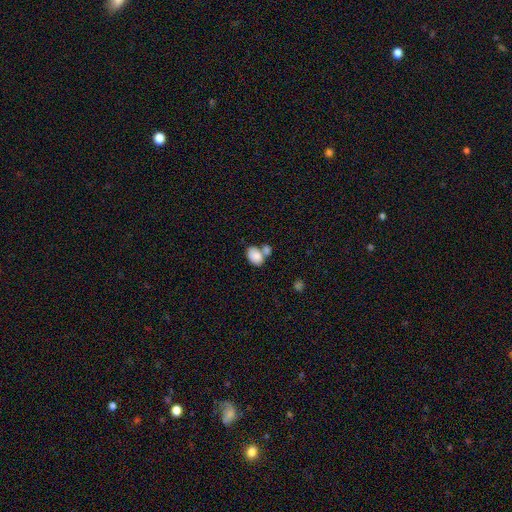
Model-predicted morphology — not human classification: Overall: smooth (83%). How rounded: in between (78%). Merging: merger (49%; none 33%).